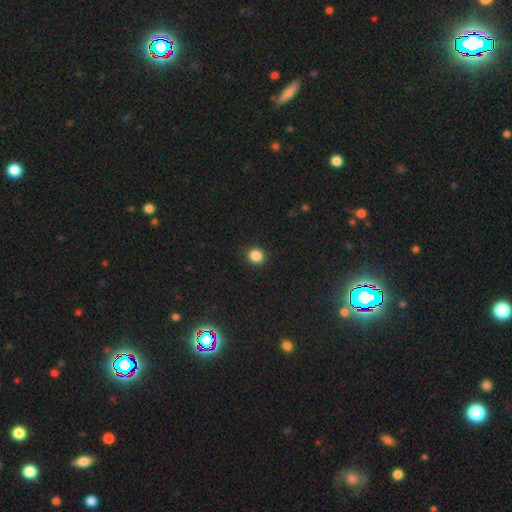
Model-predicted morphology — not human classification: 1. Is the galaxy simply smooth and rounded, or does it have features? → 86% smooth, 11% star or artifact, 3% featured or disk.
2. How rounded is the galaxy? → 88% round, 11% in between, 1% cigar-shaped.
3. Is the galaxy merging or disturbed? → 91% none, 6% minor disturbance, 2% major disturbance, 1% merger.